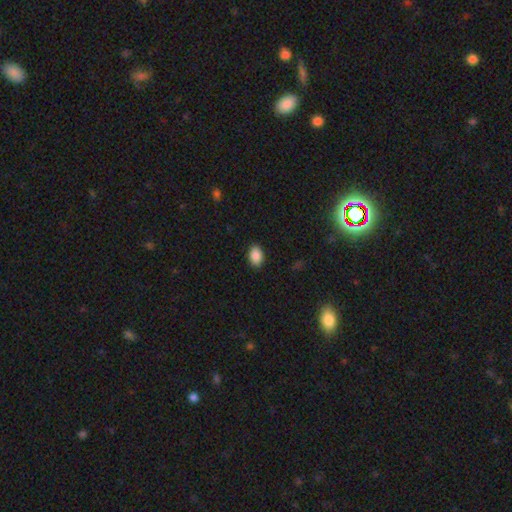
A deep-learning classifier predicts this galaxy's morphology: smooth 89%, star or artifact 8%, featured or disk 3%. Down the decision tree: how rounded — in between (86%); merging — none (89%).